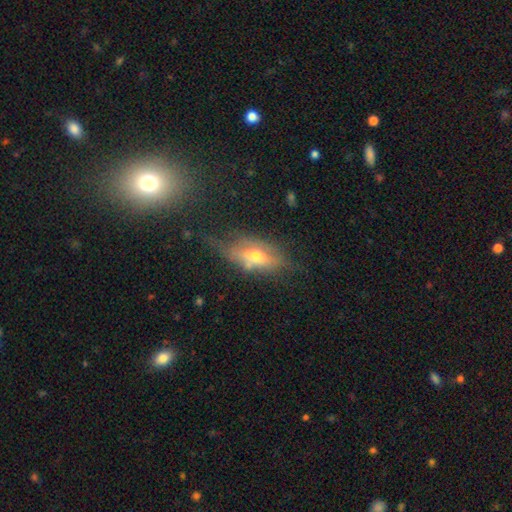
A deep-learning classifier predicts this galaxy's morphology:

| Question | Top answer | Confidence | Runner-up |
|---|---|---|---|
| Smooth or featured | featured or disk | 46% | smooth (44%) |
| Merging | none | 50% | minor disturbance (27%) |